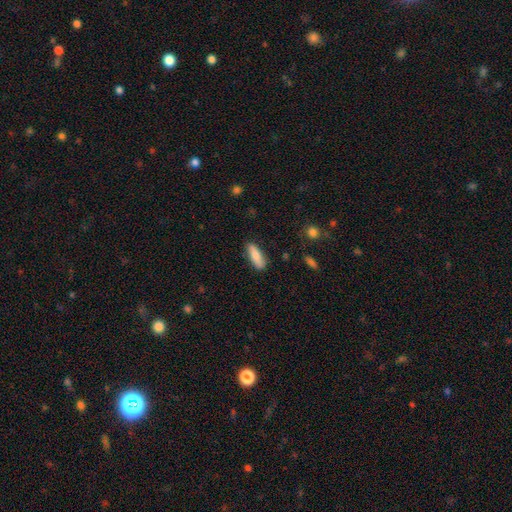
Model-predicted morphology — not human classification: type=smooth (81%); roundness=in between (53%); merging=none (84%).